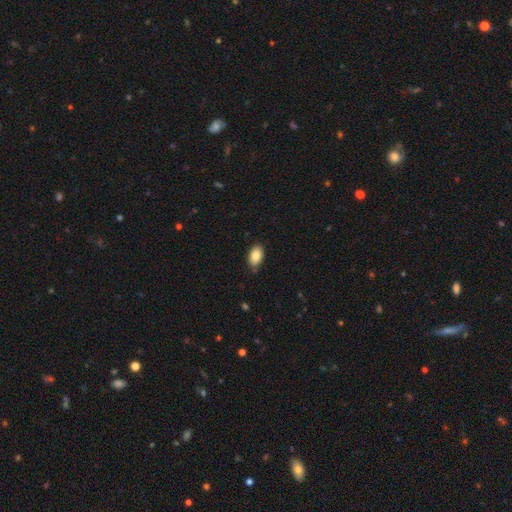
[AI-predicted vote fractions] smooth 86%, star or artifact 7%, featured or disk 7%. Down the decision tree: how rounded — in between (92%); merging — none (81%).